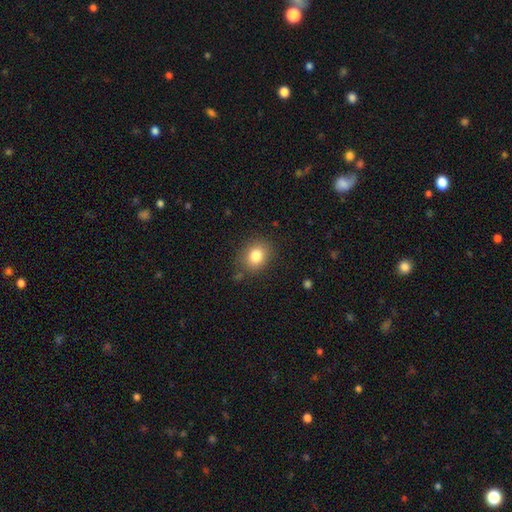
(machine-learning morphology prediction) Smooth or featured: smooth — 81% (star or artifact — 10%)
How rounded: round — 58% (in between — 41%)
Merging: none — 83% (minor disturbance — 12%)